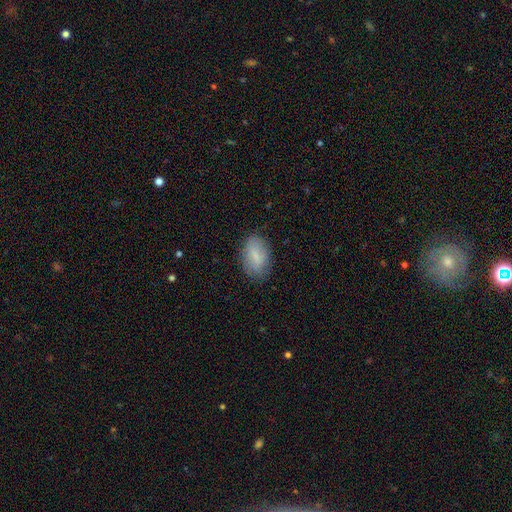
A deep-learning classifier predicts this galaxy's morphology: smooth-or-featured: smooth: 74% | featured or disk: 19% | star or artifact: 7%
  how-rounded: in between: 92% | round: 6% | cigar-shaped: 2%
  merging: none: 80% | minor disturbance: 15% | major disturbance: 4% | merger: 1%